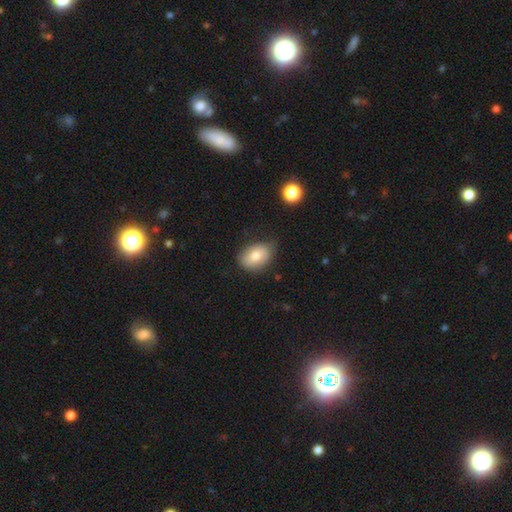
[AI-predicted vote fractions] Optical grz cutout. It shows a smooth galaxy with no disk features (77%) that is in between round and cigar-shaped (77%). Merging: none (67%).